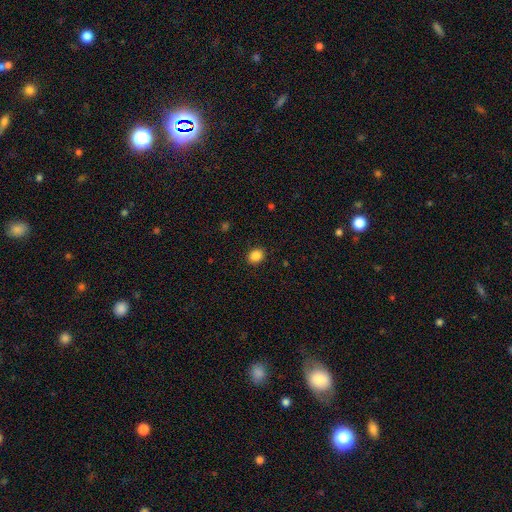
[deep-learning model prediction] Overall: smooth (87%). How rounded: round (53%; in between 46%). Merging: none (89%).